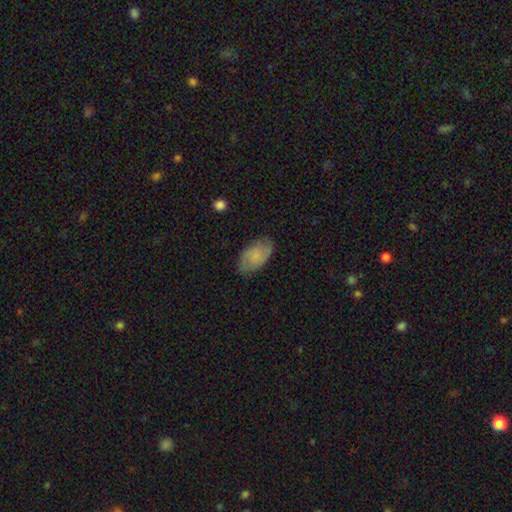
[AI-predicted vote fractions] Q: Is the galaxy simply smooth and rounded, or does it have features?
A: smooth — 69%.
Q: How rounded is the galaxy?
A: in between — 94%.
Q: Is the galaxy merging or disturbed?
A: none — 77%.